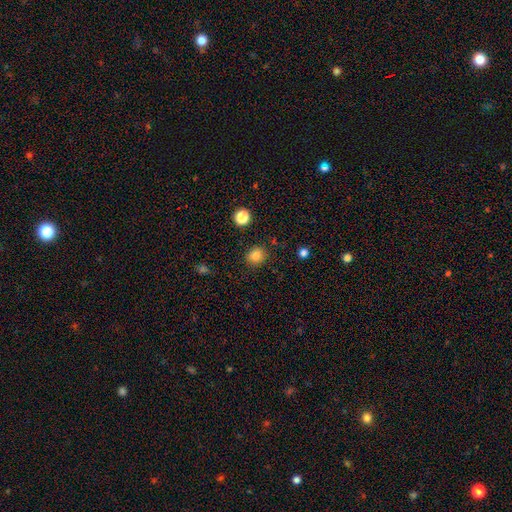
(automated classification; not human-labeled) A smooth galaxy with no disk features (83%) that is round (75%). Merging: none (87%).